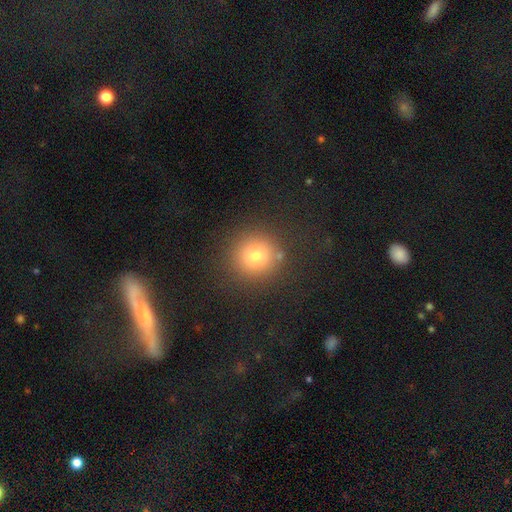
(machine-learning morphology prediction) The model was most divided on "smooth or featured": smooth: 75%, star or artifact: 15%, featured or disk: 10%. More confident: how rounded — round (92%); merging — none (84%).